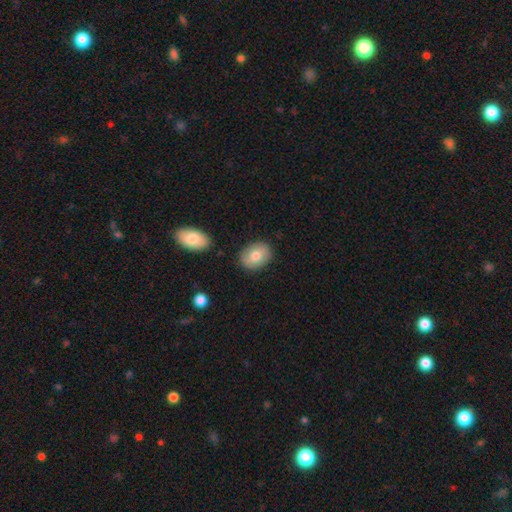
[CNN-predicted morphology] This is likely a smooth galaxy (75%). How rounded: likely in between (63%). Merging: clearly none (85%).